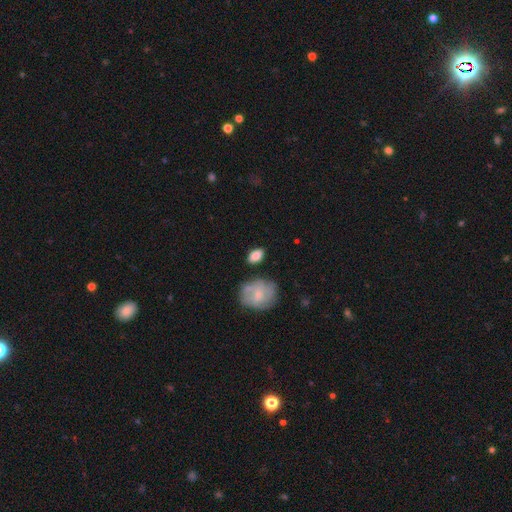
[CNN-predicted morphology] type=smooth (81%); roundness=in between (86%); merging=none (77%).